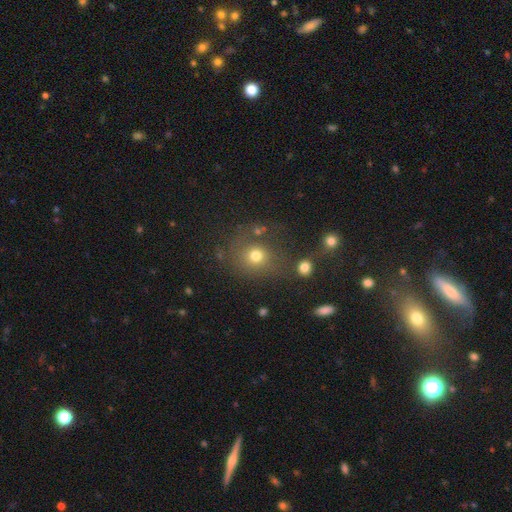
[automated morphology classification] A smooth galaxy with no disk features (72%) that is round (81%).

Vote fractions:
- Smooth or featured? smooth: 72% / star or artifact: 18% / featured or disk: 10%
- How rounded? round: 81% / in between: 18% / cigar-shaped: 1%
- Merging? none: 67% / minor disturbance: 14% / merger: 10% / major disturbance: 9%